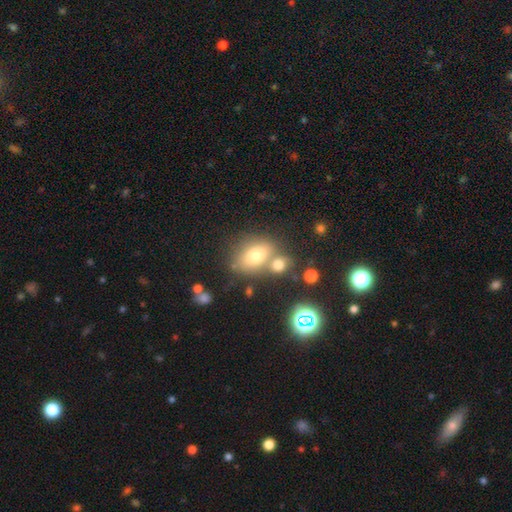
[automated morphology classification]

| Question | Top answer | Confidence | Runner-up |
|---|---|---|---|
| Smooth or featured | smooth | 72% | featured or disk (16%) |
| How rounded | in between | 71% | round (27%) |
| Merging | none | 51% | merger (33%) |